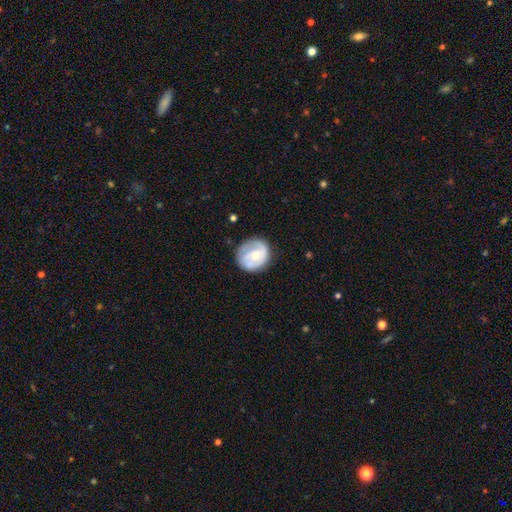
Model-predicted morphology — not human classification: smooth_or_featured: featured or disk (p=0.58) [alt: smooth p=0.36]
disk_edge_on: no (p=0.97) [alt: yes p=0.03]
bar: no (p=0.62) [alt: weak p=0.30]
has_spiral_arms: yes (p=0.70) [alt: no p=0.30]
bulge_size: moderate (p=0.49) [alt: small p=0.46]
merging: none (p=0.70) [alt: minor disturbance p=0.21]